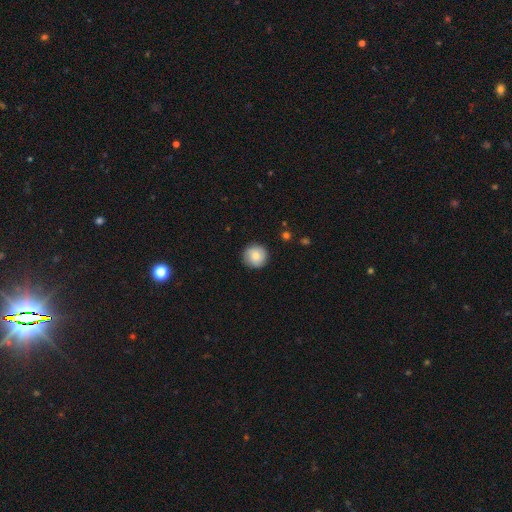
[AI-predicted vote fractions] This appears to be a smooth galaxy with no disk features (81%) that is round (95%). Merging: none (90%).